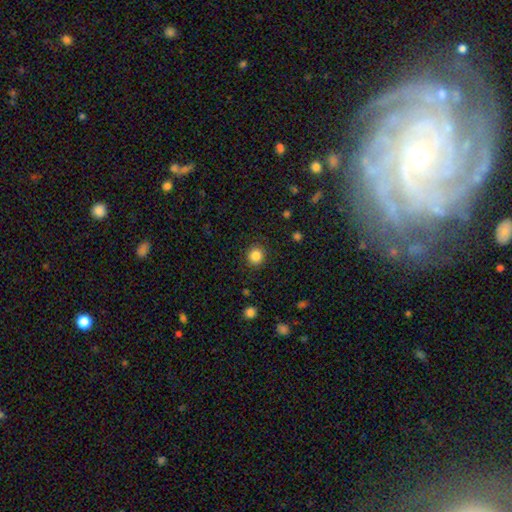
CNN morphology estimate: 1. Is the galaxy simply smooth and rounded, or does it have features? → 85% smooth, 11% star or artifact, 4% featured or disk.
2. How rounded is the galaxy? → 92% round, 7% in between, 1% cigar-shaped.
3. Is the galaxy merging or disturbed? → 90% none, 6% minor disturbance, 2% major disturbance, 1% merger.